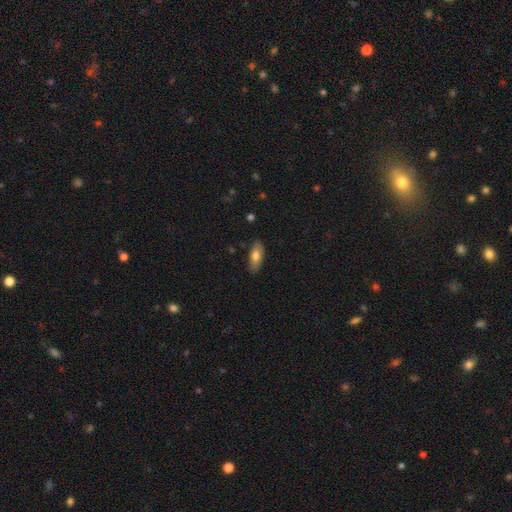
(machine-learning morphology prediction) A smooth galaxy with no disk features (74%) that is in between round and cigar-shaped (81%). Merging: none (86%).